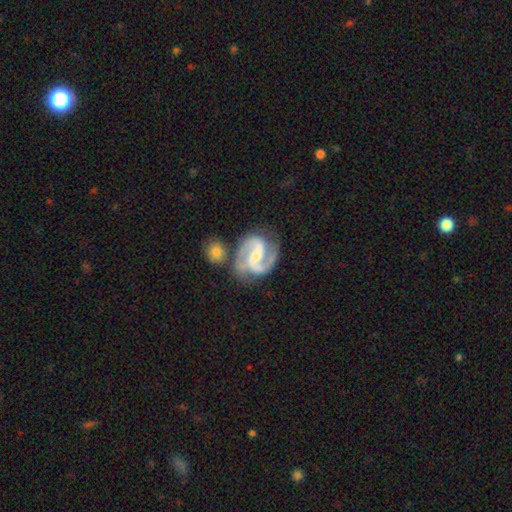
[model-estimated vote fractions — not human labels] smooth-or-featured: featured or disk: 91% | smooth: 5% | star or artifact: 4%
  disk-edge-on: no: 98% | yes: 2%
    bar: weak: 43% | strong: 36% | no: 20%
    has-spiral-arms: yes: 98% | no: 2%
      spiral-winding: medium: 62% | tight: 20% | loose: 17%
      spiral-arm-count: 2: 91% | 3: 3% | can't tell: 2% | 1: 2% | 4: 1% | more than 4: 1%
    bulge-size: small: 54% | moderate: 33% | none: 9% | large: 3% | dominant: 1%
  merging: none: 65% | minor disturbance: 16% | merger: 11% | major disturbance: 8%